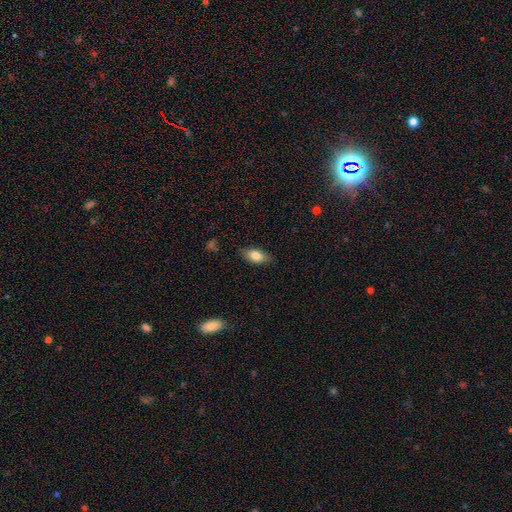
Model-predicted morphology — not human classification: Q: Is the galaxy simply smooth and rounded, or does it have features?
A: smooth — 80%.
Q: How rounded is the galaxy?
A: in between — 85%.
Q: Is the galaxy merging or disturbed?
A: none — 85%.